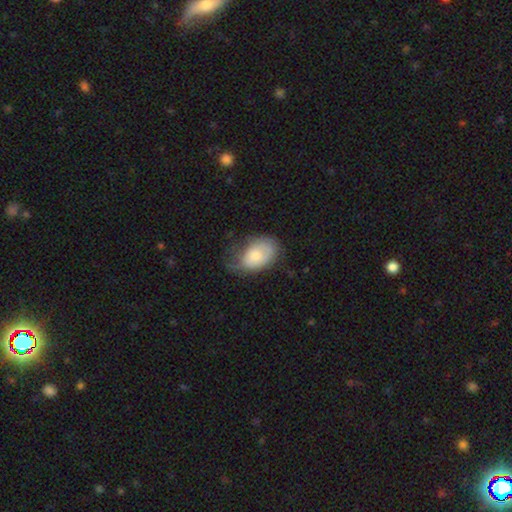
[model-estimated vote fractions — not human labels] A smooth galaxy with no disk features (69%) that is in between round and cigar-shaped (85%).

Vote fractions:
- Smooth or featured? smooth: 69% / featured or disk: 24% / star or artifact: 7%
- How rounded? in between: 85% / round: 14% / cigar-shaped: 1%
- Merging? none: 40% / minor disturbance: 37% / major disturbance: 21% / merger: 2%